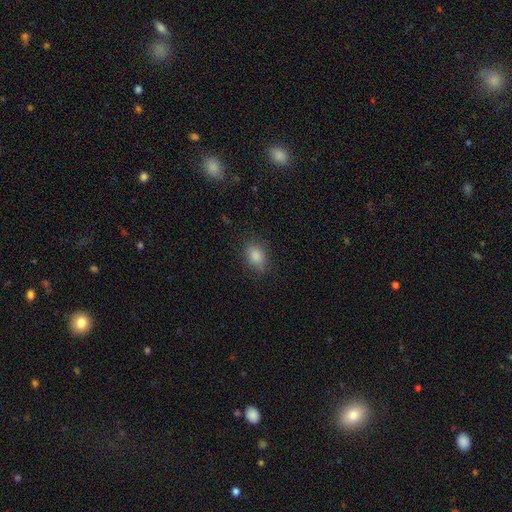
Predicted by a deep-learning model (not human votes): Smooth or featured?
  - smooth: 83% *
  - star or artifact: 11%
  - featured or disk: 6%
How rounded?
  - in between: 71% *
  - round: 28%
  - cigar-shaped: 2%
Merging?
  - none: 81% *
  - minor disturbance: 14%
  - major disturbance: 3%
  - merger: 1%